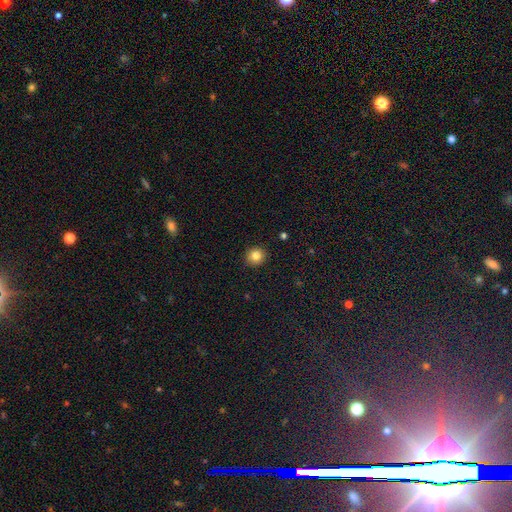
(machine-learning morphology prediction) smooth-or-featured: smooth: 83% | star or artifact: 11% | featured or disk: 6%
  how-rounded: round: 89% | in between: 10% | cigar-shaped: 1%
  merging: none: 91% | minor disturbance: 6% | major disturbance: 2% | merger: 1%